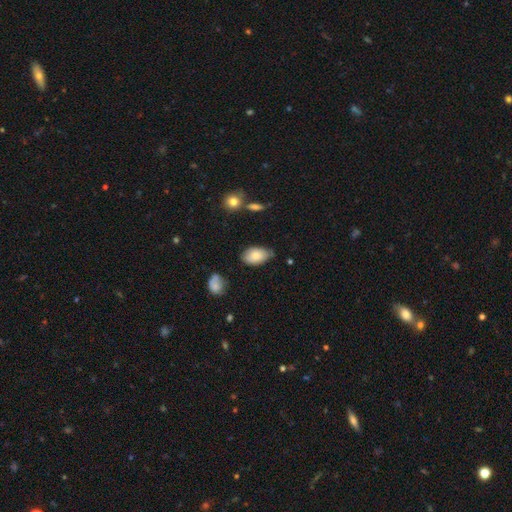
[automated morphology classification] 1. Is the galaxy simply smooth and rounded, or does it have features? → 80% smooth, 13% featured or disk, 7% star or artifact.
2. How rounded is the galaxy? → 93% in between, 6% round, 2% cigar-shaped.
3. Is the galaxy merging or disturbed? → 59% none, 33% minor disturbance, 5% major disturbance, 3% merger.